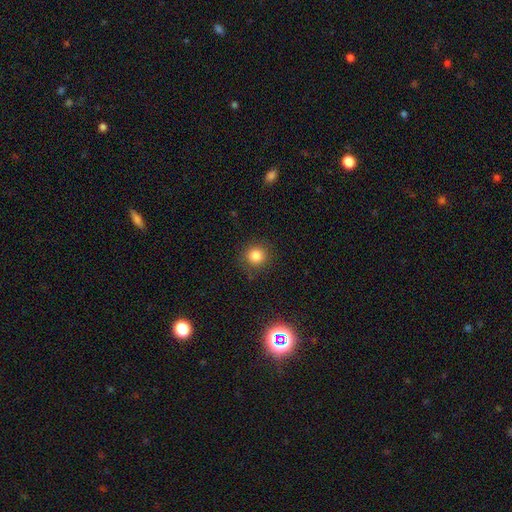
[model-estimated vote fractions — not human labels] Morphology: type=smooth (83%); roundness=round (92%); merging=none (87%).